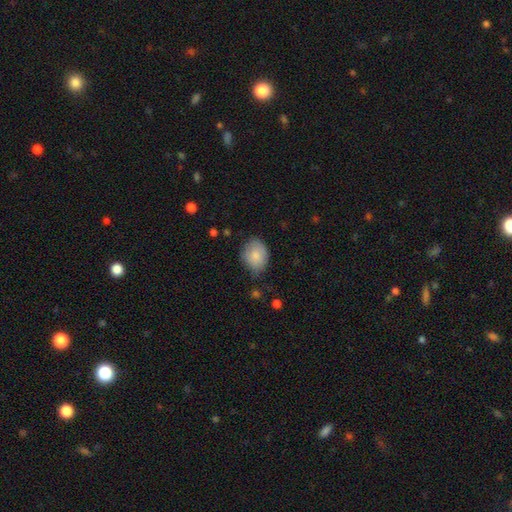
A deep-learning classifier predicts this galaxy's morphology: smooth-or-featured: smooth: 82% | featured or disk: 11% | star or artifact: 7%
  how-rounded: in between: 56% | round: 43% | cigar-shaped: 1%
  merging: none: 64% | minor disturbance: 29% | major disturbance: 6% | merger: 2%